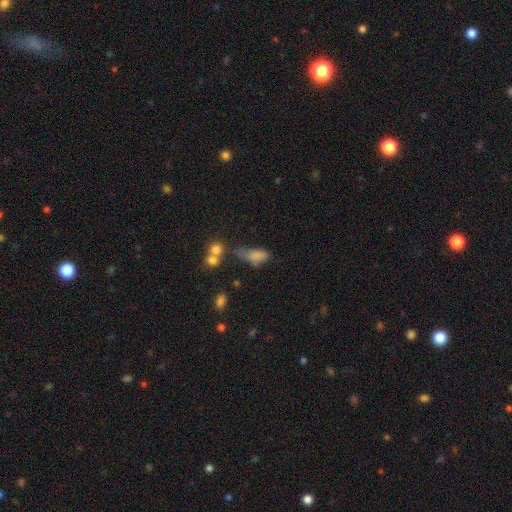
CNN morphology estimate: smooth_or_featured: smooth (p=0.73) [alt: featured or disk p=0.14]
how_rounded: in between (p=0.76) [alt: cigar-shaped p=0.18]
merging: none (p=0.30) [alt: minor disturbance p=0.28]